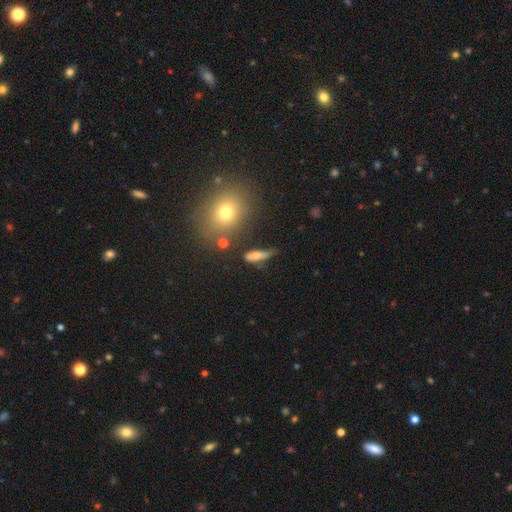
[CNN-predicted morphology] This appears to be a smooth galaxy with no disk features (59%) that is cigar-shaped (63%). Merging: none (54%).